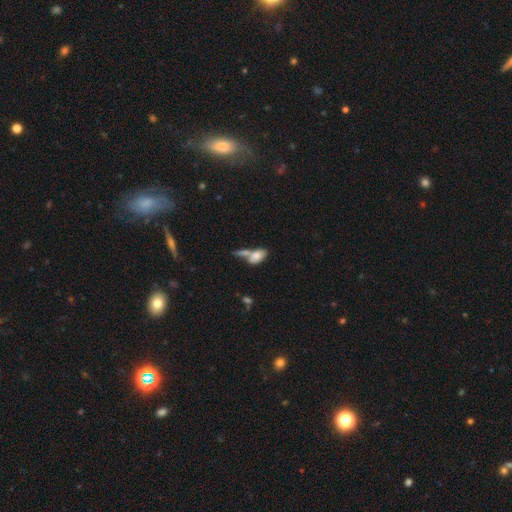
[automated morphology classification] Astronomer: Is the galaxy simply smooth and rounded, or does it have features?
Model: smooth — 76%.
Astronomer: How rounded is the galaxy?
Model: in between — 88%.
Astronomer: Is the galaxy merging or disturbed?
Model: merger — 50% (runner-up: none, 31%).